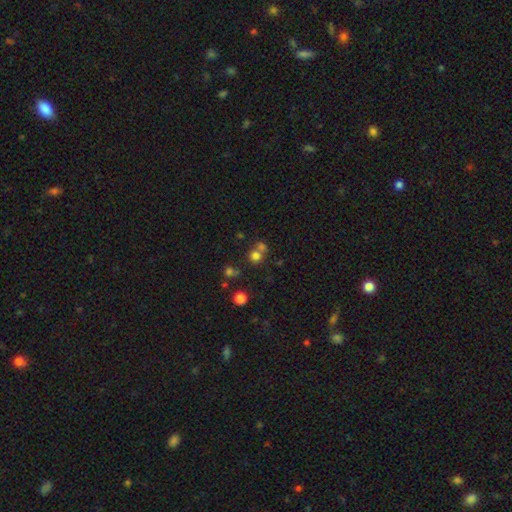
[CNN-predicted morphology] Smooth or featured? Predicted: smooth (p=0.70). How rounded? Predicted: round (p=0.87). Merging? Predicted: none (p=0.53).